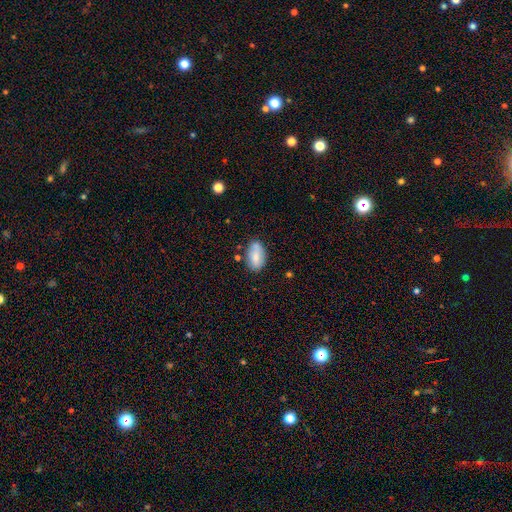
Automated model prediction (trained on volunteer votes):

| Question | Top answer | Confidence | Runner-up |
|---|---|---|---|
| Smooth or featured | smooth | 75% | featured or disk (17%) |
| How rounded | in between | 92% | round (5%) |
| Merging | none | 68% | minor disturbance (21%) |